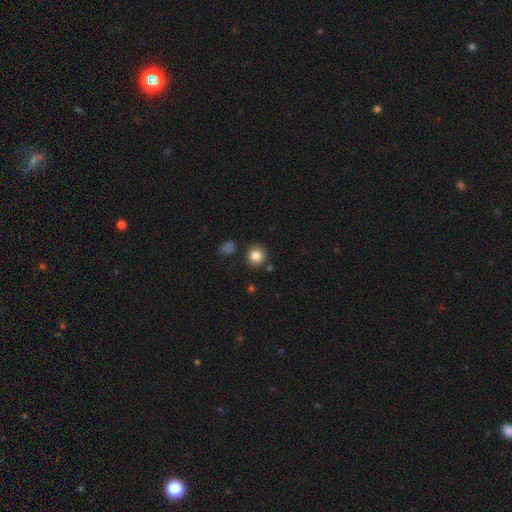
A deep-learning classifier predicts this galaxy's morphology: The model was most divided on "smooth or featured": smooth: 84%, star or artifact: 10%, featured or disk: 6%. More confident: how rounded — round (89%); merging — none (85%).